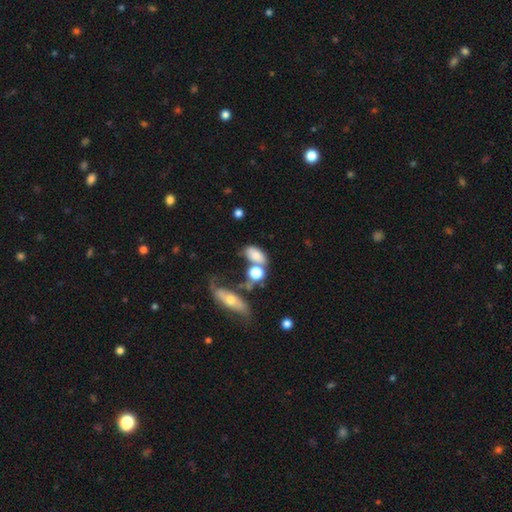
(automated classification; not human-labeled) A smooth galaxy with no disk features (72%) that is in between round and cigar-shaped (84%).

Vote fractions:
- Smooth or featured? smooth: 72% / featured or disk: 17% / star or artifact: 11%
- How rounded? in between: 84% / round: 12% / cigar-shaped: 4%
- Merging? none: 43% / merger: 31% / minor disturbance: 17% / major disturbance: 10%